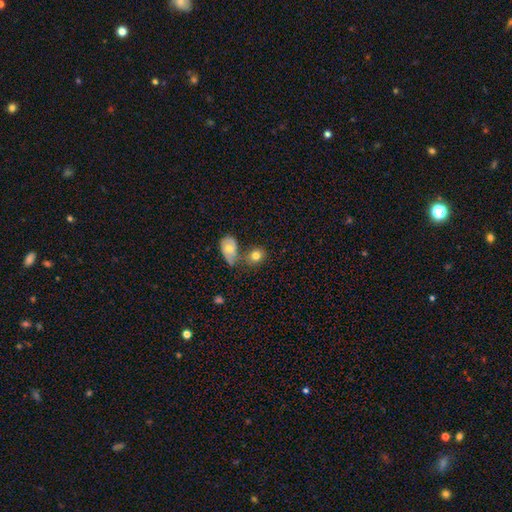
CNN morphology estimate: This is likely a smooth galaxy (79%). How rounded: possibly round (56%). Merging: possibly none (53%).